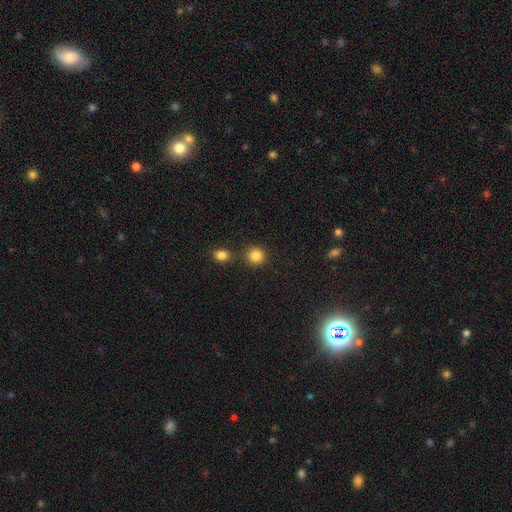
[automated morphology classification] This is clearly a smooth galaxy (85%). How rounded: clearly round (90%). Merging: clearly none (81%).